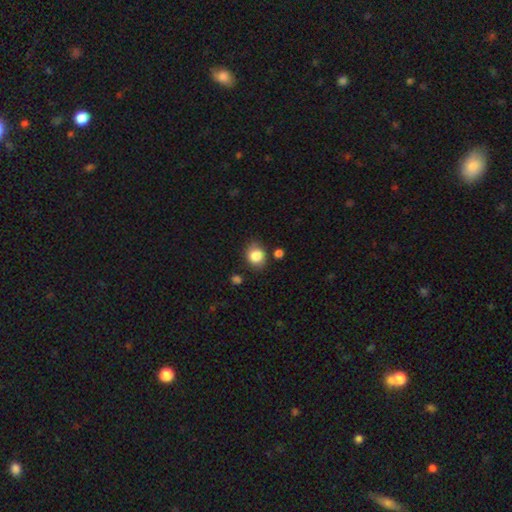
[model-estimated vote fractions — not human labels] A smooth galaxy with no disk features (86%) that is round (76%). Merging: none (75%).